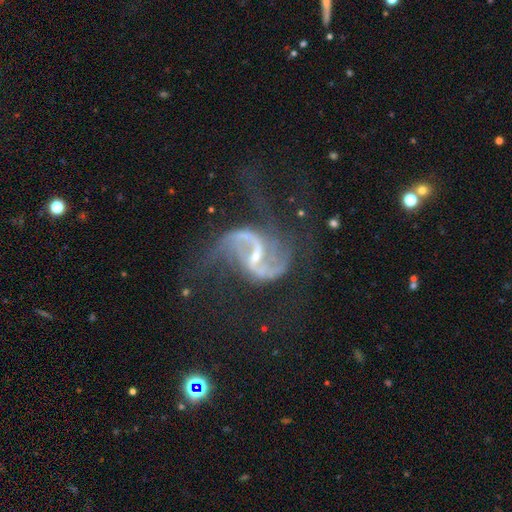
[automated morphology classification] A featured or disk galaxy (91%) with a weak bar (45%), 2 (90%) loose (62%) spiral arms (97%) and a small central bulge (68%).

Vote fractions:
- Smooth or featured? featured or disk: 91% / star or artifact: 6% / smooth: 3%
- Edge-on disk? no: 98% / yes: 2%
- Bar? weak: 45% / strong: 40% / no: 15%
- Spiral arms? yes: 97% / no: 3%
- Spiral winding? loose: 62% / medium: 31% / tight: 7%
- Spiral arm count? 2: 90% / can't tell: 3% / 1: 2% / 3: 2% / 4: 1% / more than 4: 1%
- Bulge size? small: 68% / moderate: 25% / none: 5% / large: 1% / dominant: 1%
- Merging? none: 52% / major disturbance: 26% / minor disturbance: 17% / merger: 4%